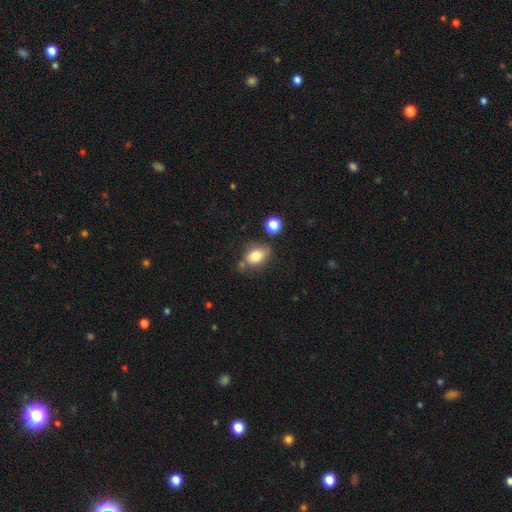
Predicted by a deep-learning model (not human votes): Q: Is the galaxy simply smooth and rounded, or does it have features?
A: smooth — 77%.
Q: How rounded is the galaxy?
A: in between — 74%.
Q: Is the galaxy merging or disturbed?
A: none — 59%.